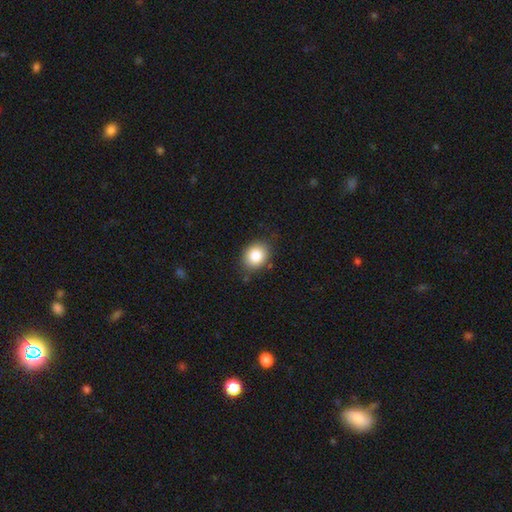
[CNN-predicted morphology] Smooth or featured? Predicted: smooth (p=0.84). How rounded? Predicted: round (p=0.53). Merging? Predicted: none (p=0.83).